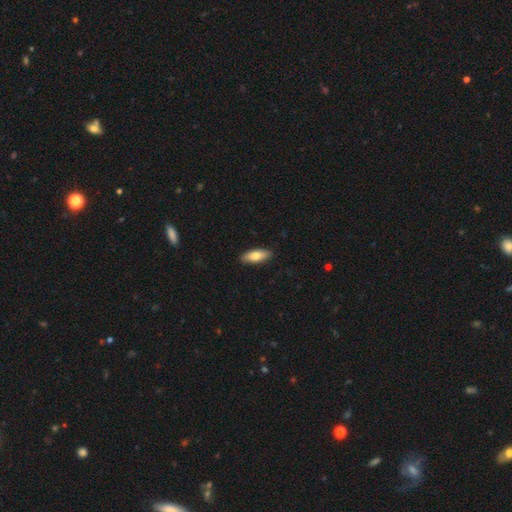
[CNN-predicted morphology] A smooth galaxy with no disk features (77%) that is in between round and cigar-shaped (72%). Merging: none (89%).